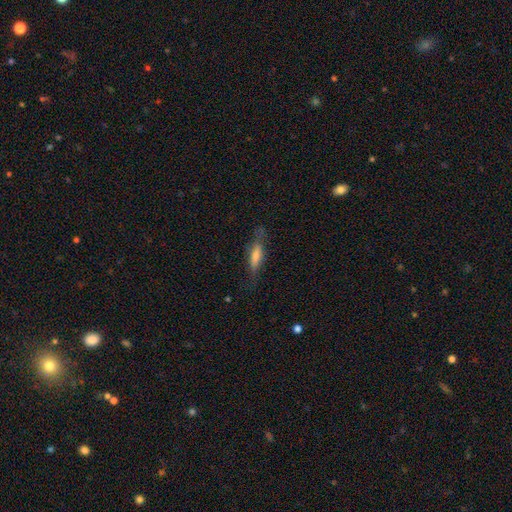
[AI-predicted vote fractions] Morphology: type=smooth (57%); roundness=cigar-shaped (67%); merging=none (69%).